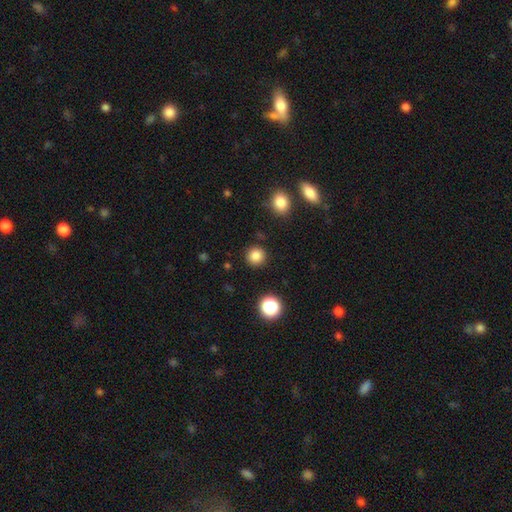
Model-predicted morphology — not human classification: A smooth galaxy with no disk features (84%) that is round (94%).

Vote fractions:
- Smooth or featured? smooth: 84% / star or artifact: 12% / featured or disk: 4%
- How rounded? round: 94% / in between: 5% / cigar-shaped: 1%
- Merging? none: 90% / minor disturbance: 6% / major disturbance: 2% / merger: 2%